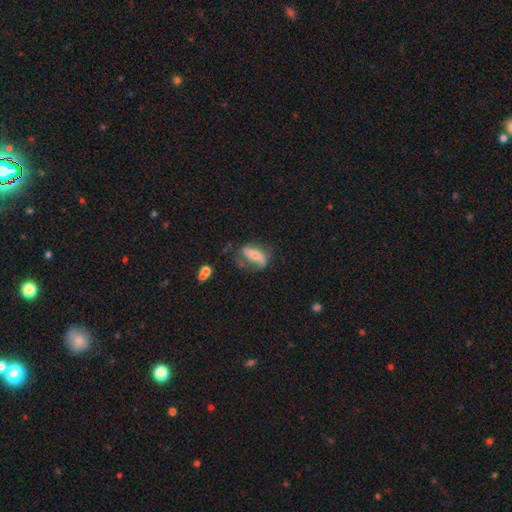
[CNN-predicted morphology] This is possibly a smooth galaxy (46%, tied with featured or disk). Merging: possibly none (50%).